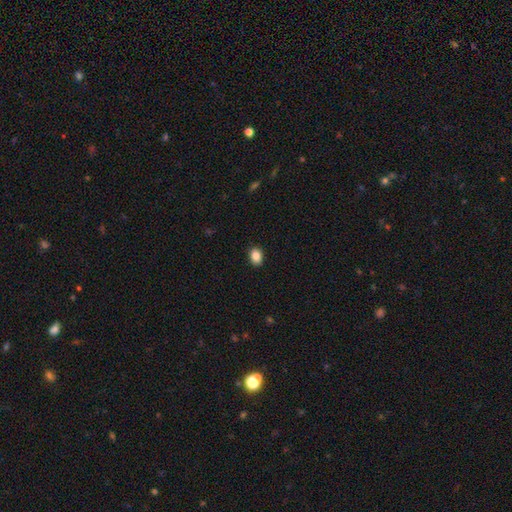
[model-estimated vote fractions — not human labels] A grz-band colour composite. It shows a smooth galaxy with no disk features (88%) that is in between round and cigar-shaped (74%). Merging: none (90%).